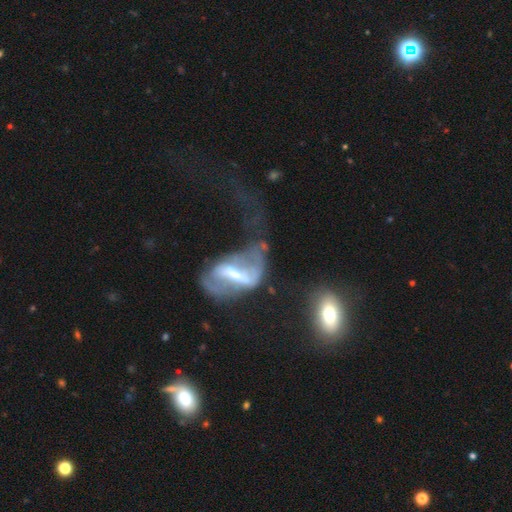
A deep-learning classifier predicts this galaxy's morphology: A featured or disk galaxy (76%) with a strong bar (61%), spiral arms (65%) and a small central bulge (45%). Merging: major disturbance (52%).